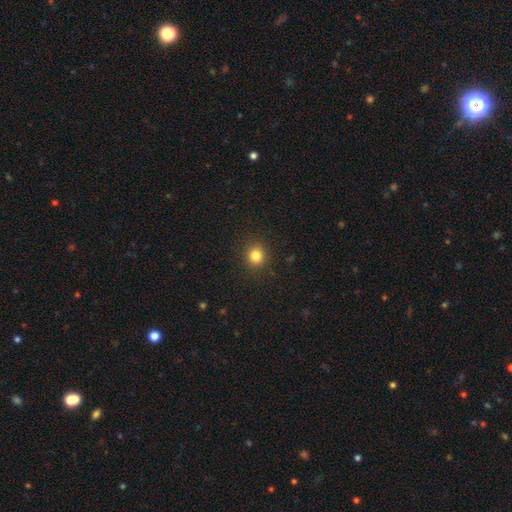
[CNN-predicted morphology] Smooth or featured: smooth — 83% (star or artifact — 12%)
How rounded: round — 88% (in between — 11%)
Merging: none — 90% (minor disturbance — 7%)